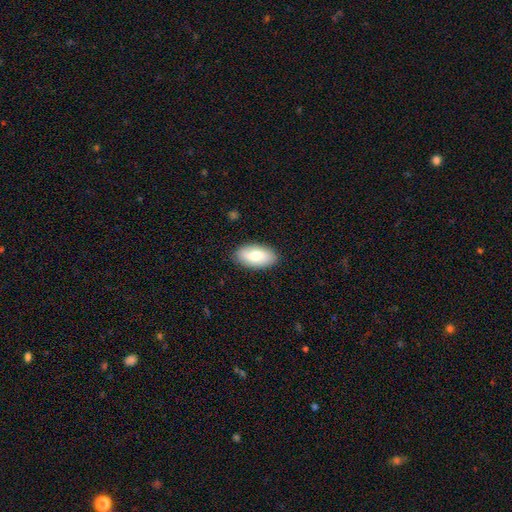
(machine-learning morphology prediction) smooth 73%, featured or disk 21%, star or artifact 6%. Down the decision tree: how rounded — in between (94%); merging — none (87%).